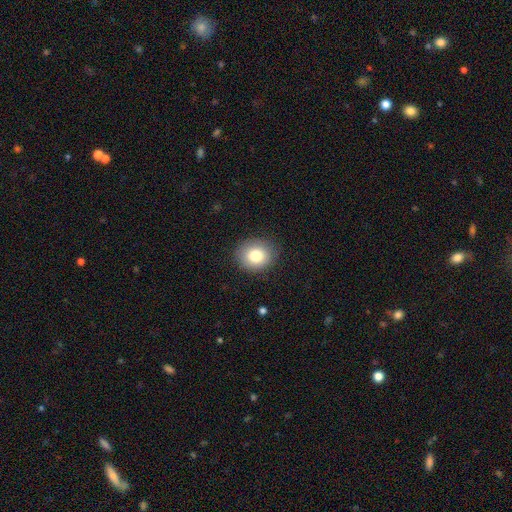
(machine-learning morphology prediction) Smooth or featured? smooth (82%)
How rounded? round (72%)
Merging? none (87%)